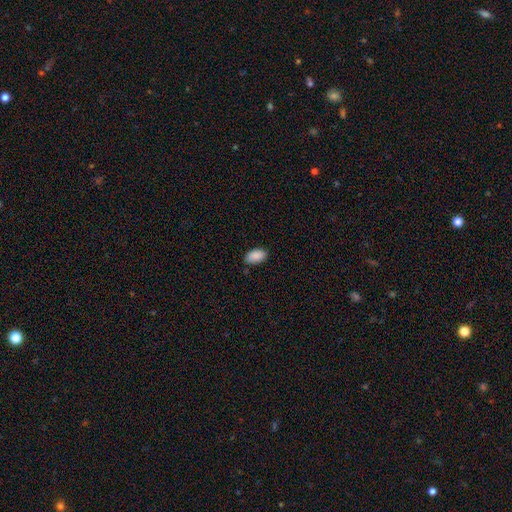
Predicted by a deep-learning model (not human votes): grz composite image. It shows a smooth galaxy with no disk features (90%) that is in between round and cigar-shaped (95%). Merging: none (83%).